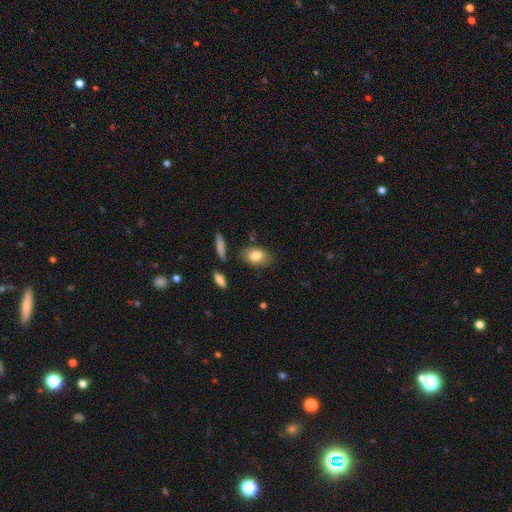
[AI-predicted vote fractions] smooth_or_featured: smooth (p=0.82) [alt: featured or disk p=0.11]
how_rounded: in between (p=0.83) [alt: round p=0.15]
merging: none (p=0.76) [alt: minor disturbance p=0.16]